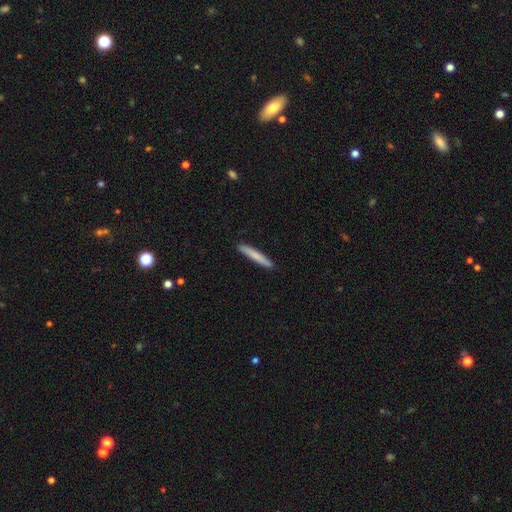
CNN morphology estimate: A smooth galaxy with no disk features (76%) that is cigar-shaped (95%).

Vote fractions:
- Smooth or featured? smooth: 76% / featured or disk: 18% / star or artifact: 5%
- How rounded? cigar-shaped: 95% / in between: 4% / round: 1%
- Merging? none: 91% / minor disturbance: 7% / major disturbance: 1% / merger: 1%